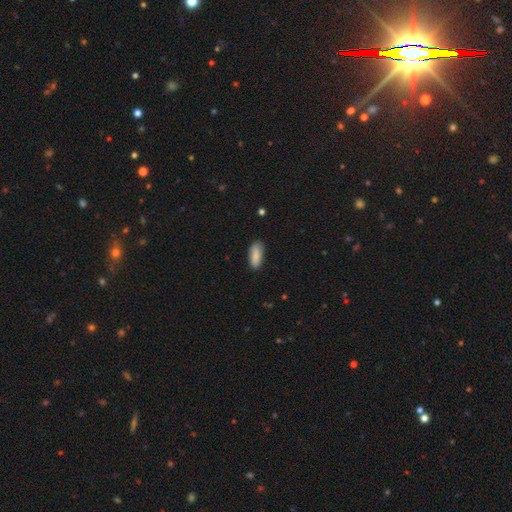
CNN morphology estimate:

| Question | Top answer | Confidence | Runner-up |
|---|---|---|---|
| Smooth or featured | smooth | 87% | star or artifact (6%) |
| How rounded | in between | 76% | cigar-shaped (22%) |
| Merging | none | 82% | minor disturbance (14%) |